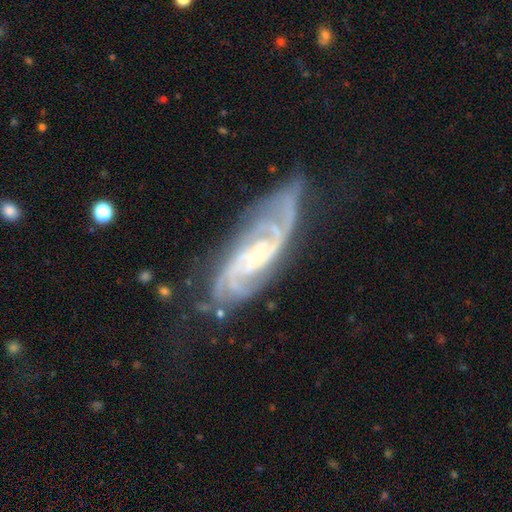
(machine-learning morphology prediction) smooth_or_featured: featured or disk (p=0.90) [alt: star or artifact p=0.06]
disk_edge_on: no (p=0.93) [alt: yes p=0.07]
bar: no (p=0.48) [alt: weak p=0.38]
has_spiral_arms: yes (p=0.98) [alt: no p=0.02]
spiral_winding: tight (p=0.59) [alt: medium p=0.35]
spiral_arm_count: 2 (p=0.39) [alt: 3 p=0.23]
bulge_size: small (p=0.69) [alt: moderate p=0.26]
merging: none (p=0.70) [alt: minor disturbance p=0.21]